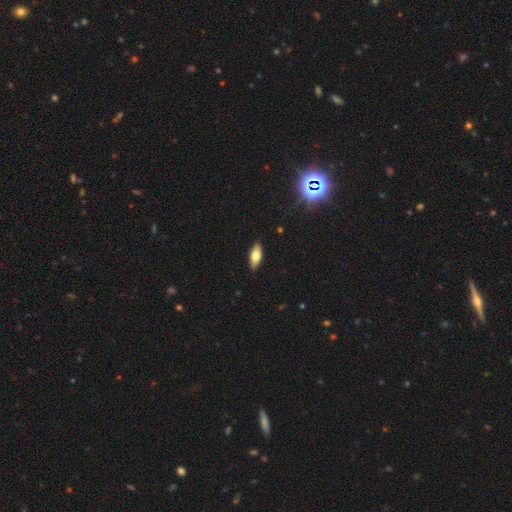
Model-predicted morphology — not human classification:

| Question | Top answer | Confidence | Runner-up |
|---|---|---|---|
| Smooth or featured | smooth | 68% | featured or disk (25%) |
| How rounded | in between | 79% | cigar-shaped (18%) |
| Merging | none | 89% | minor disturbance (8%) |